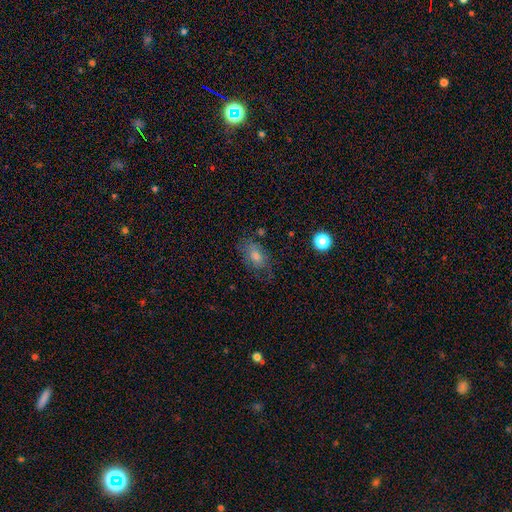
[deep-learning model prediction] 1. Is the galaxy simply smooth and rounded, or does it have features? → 54% smooth, 30% featured or disk, 15% star or artifact.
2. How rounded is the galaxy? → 82% in between, 15% round, 3% cigar-shaped.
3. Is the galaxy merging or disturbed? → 68% none, 21% minor disturbance, 9% major disturbance, 2% merger.